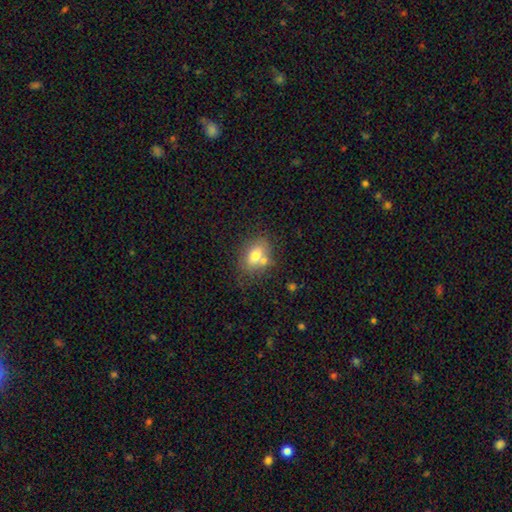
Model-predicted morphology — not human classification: Q: Smooth or featured?
A: smooth (71%); runner-up: featured or disk (19%)
Q: How rounded?
A: in between (74%); runner-up: round (24%)
Q: Merging?
A: none (55%); runner-up: merger (25%)